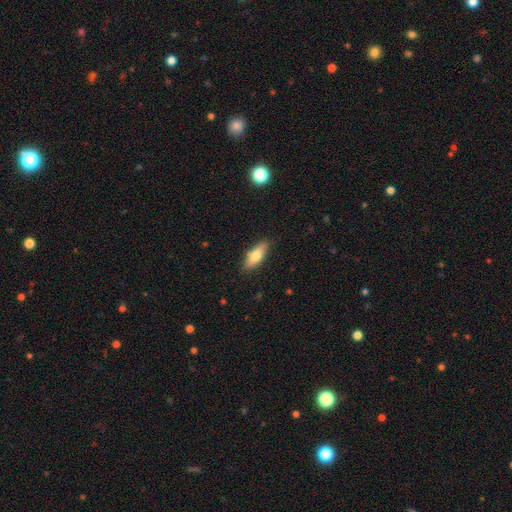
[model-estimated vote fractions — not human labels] smooth_or_featured: smooth (p=0.70) [alt: featured or disk p=0.24]
how_rounded: in between (p=0.67) [alt: cigar-shaped p=0.30]
merging: none (p=0.86) [alt: minor disturbance p=0.11]